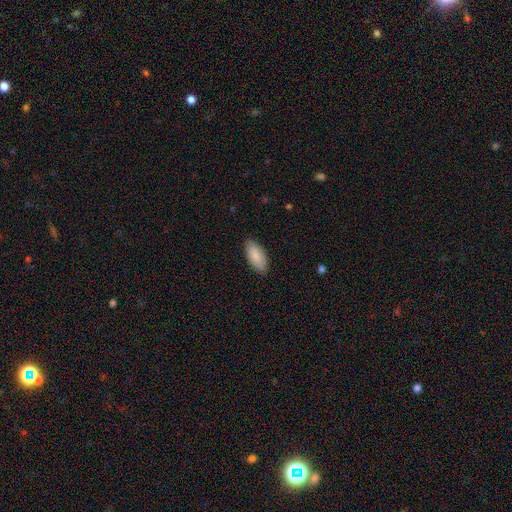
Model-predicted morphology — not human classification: smooth_or_featured: smooth (p=0.89) [alt: featured or disk p=0.06]
how_rounded: in between (p=0.90) [alt: cigar-shaped p=0.08]
merging: none (p=0.87) [alt: minor disturbance p=0.10]